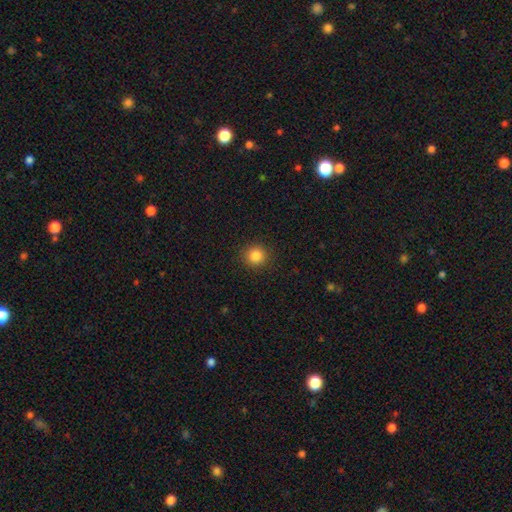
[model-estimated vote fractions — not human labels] smooth-or-featured: smooth: 84% | star or artifact: 11% | featured or disk: 4%
  how-rounded: round: 92% | in between: 7% | cigar-shaped: 1%
  merging: none: 91% | minor disturbance: 6% | major disturbance: 2% | merger: 1%